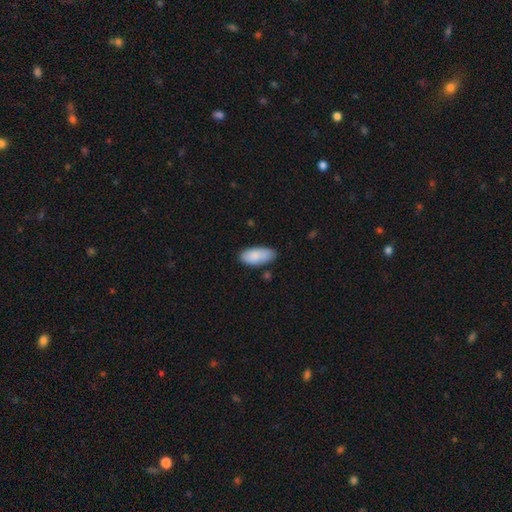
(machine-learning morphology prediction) Smooth or featured: smooth — 87% (featured or disk — 7%)
How rounded: in between — 90% (cigar-shaped — 8%)
Merging: none — 73% (minor disturbance — 20%)